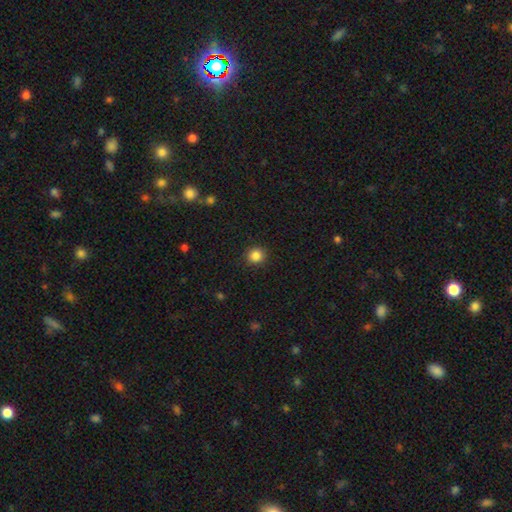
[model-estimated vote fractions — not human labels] Smooth or featured? smooth (85%)
How rounded? round (91%)
Merging? none (91%)